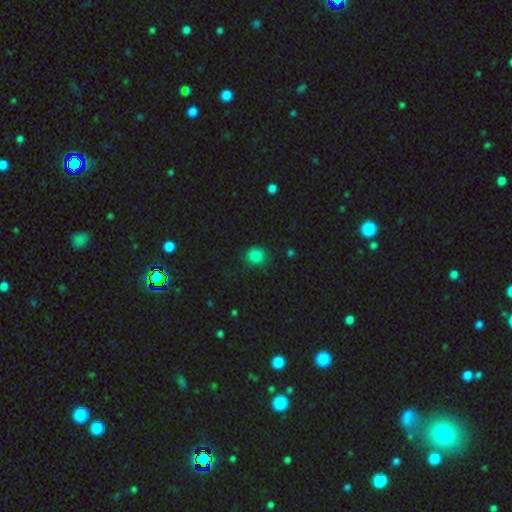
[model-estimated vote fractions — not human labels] This appears to be a smooth galaxy with no disk features (83%) that is round (84%). Merging: none (81%).